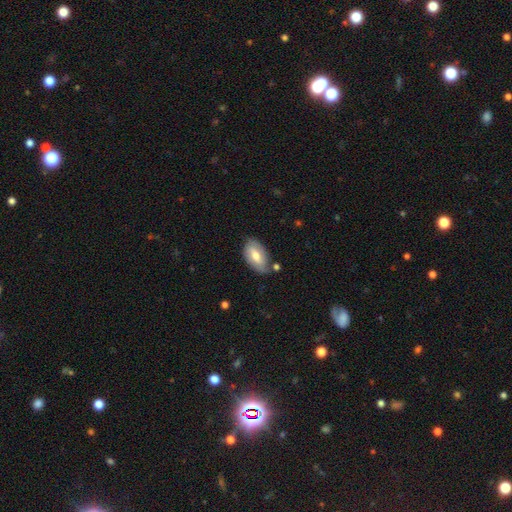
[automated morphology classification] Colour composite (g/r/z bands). It shows a smooth galaxy with no disk features (61%) that is in between round and cigar-shaped (93%). Merging: none (69%).